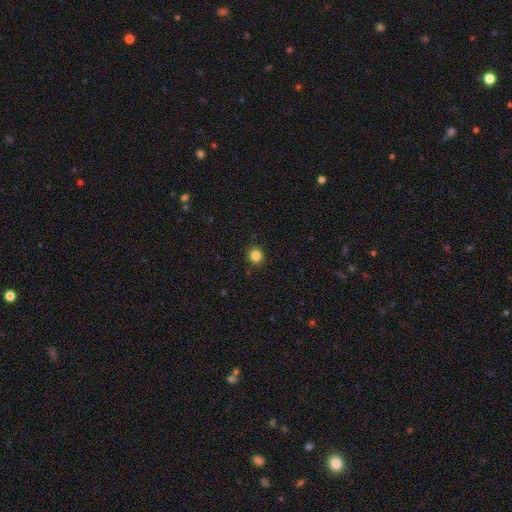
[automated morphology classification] smooth-or-featured: smooth: 83% | star or artifact: 12% | featured or disk: 4%
  how-rounded: round: 89% | in between: 10% | cigar-shaped: 1%
  merging: none: 90% | minor disturbance: 7% | major disturbance: 2% | merger: 1%